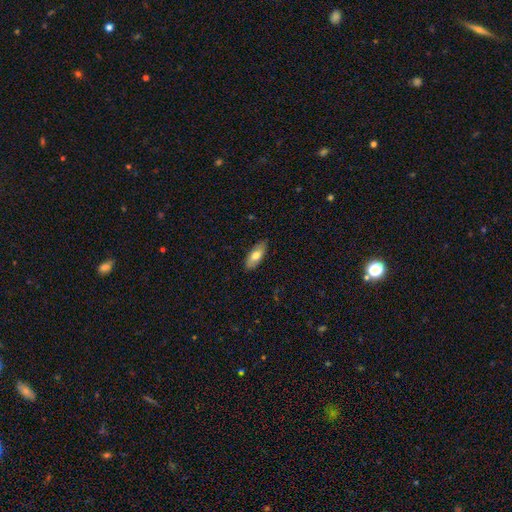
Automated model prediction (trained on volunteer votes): The model was most divided on "smooth or featured": smooth: 71%, featured or disk: 23%, star or artifact: 6%. More confident: merging — none (86%); how rounded — in between (76%).